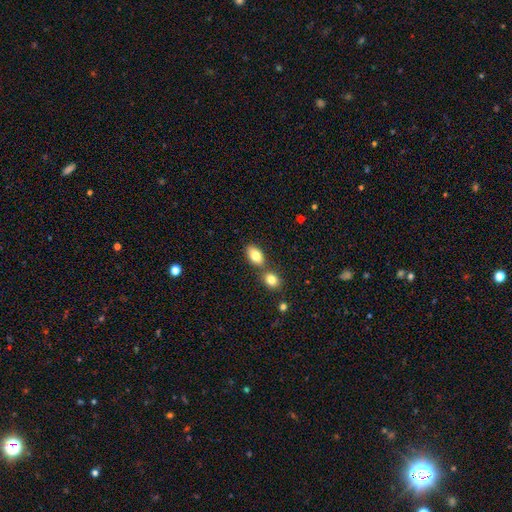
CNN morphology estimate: type=smooth (80%); roundness=in between (89%); merging=none (60%).